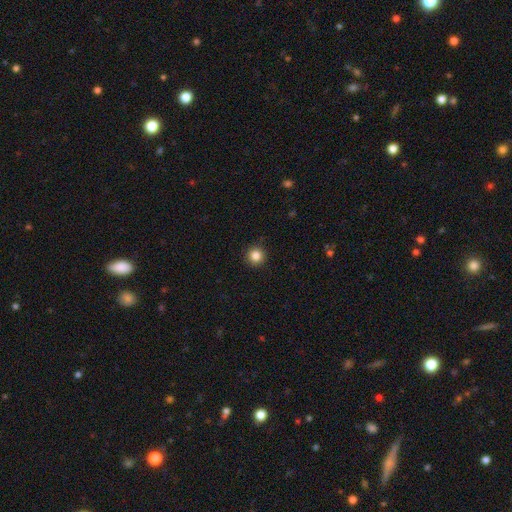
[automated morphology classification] Smooth or featured? smooth (85%)
How rounded? round (96%)
Merging? none (92%)